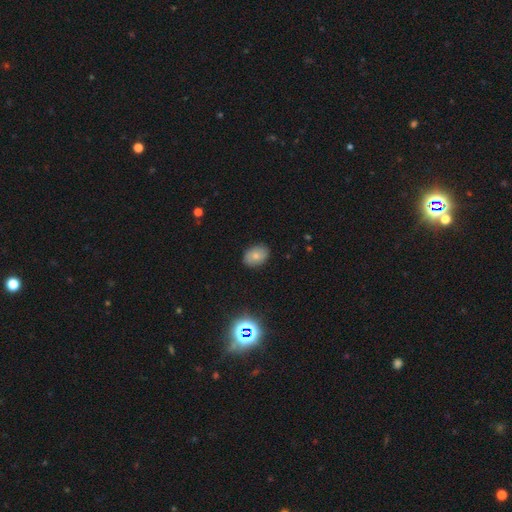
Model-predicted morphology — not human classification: This is likely a smooth galaxy (72%). How rounded: likely in between (76%). Merging: clearly none (86%).